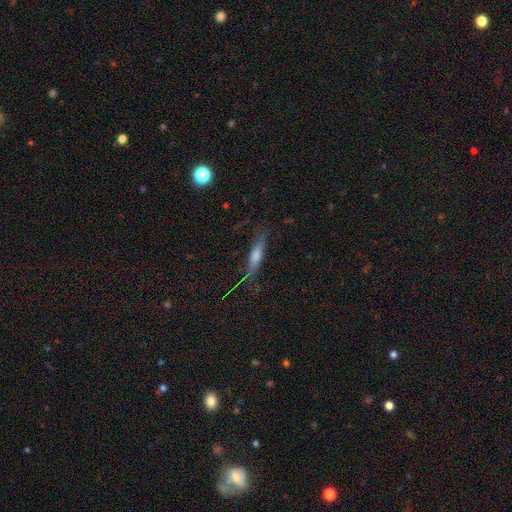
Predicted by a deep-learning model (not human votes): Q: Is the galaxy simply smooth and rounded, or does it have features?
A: featured or disk — 50%.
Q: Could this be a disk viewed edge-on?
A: yes — 92%.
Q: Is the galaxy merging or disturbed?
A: none — 77%.